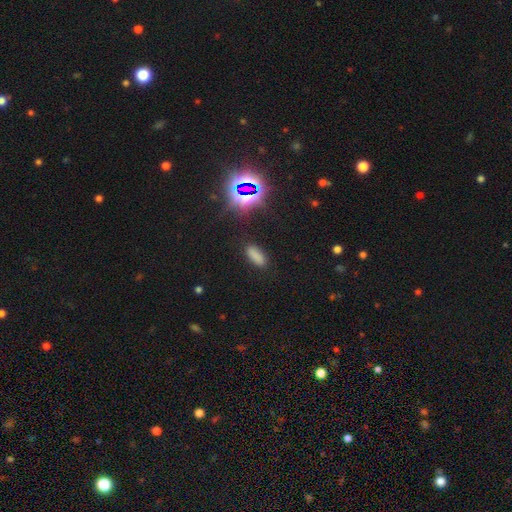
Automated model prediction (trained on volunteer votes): A smooth galaxy with no disk features (75%) that is in between round and cigar-shaped (75%). Merging: none (85%).